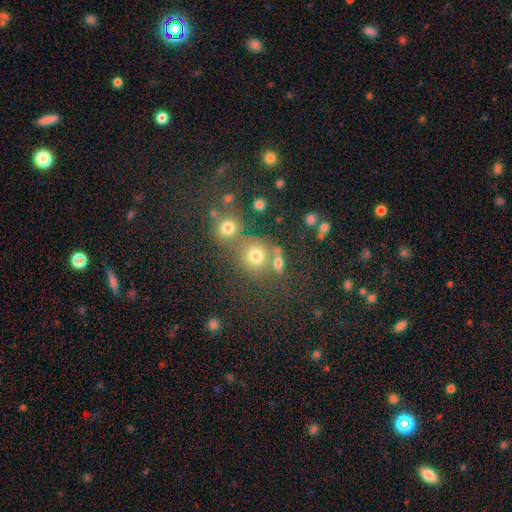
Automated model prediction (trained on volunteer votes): This appears to be a smooth galaxy with no disk features (74%) that is round (82%). Merging: none (53%).